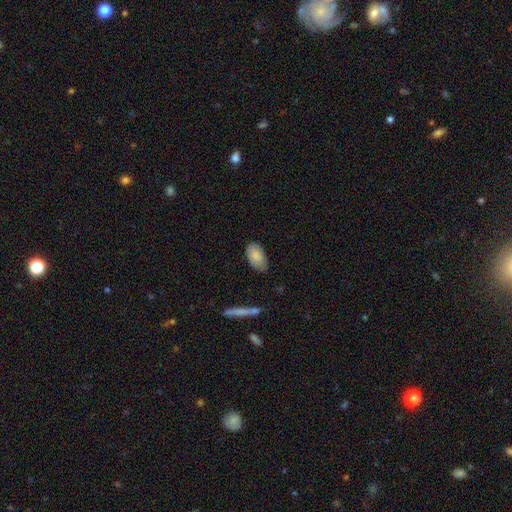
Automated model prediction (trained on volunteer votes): Smooth or featured: smooth — 85% (featured or disk — 9%)
How rounded: in between — 94% (round — 4%)
Merging: none — 75% (minor disturbance — 20%)